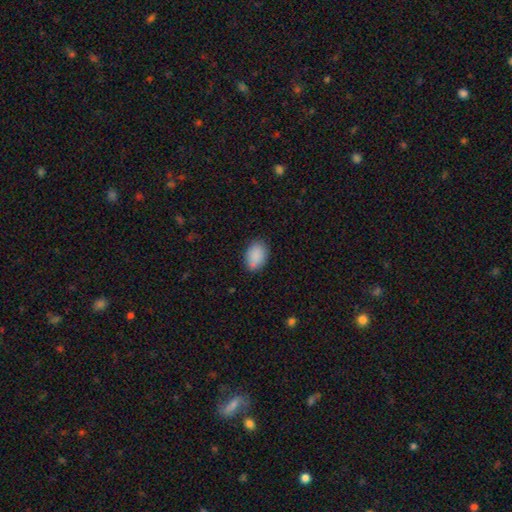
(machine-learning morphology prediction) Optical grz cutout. It shows a smooth galaxy with no disk features (88%) that is in between round and cigar-shaped (81%). Merging: none (80%).